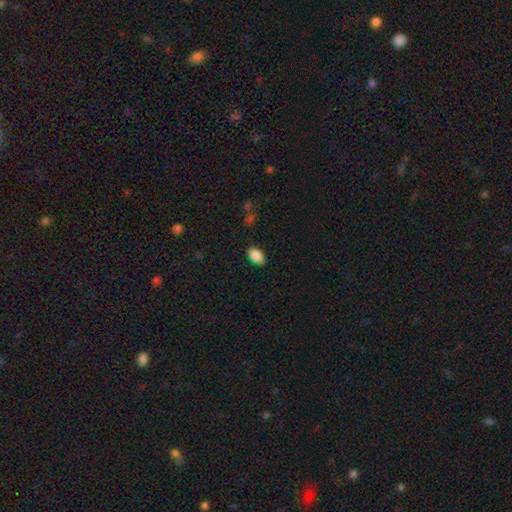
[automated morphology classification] Overall: smooth (87%). How rounded: in between (90%). Merging: none (86%).